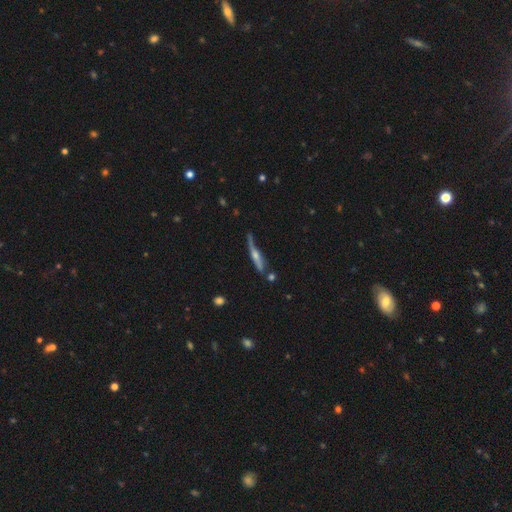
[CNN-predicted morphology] A featured or disk galaxy (70%) viewed edge-on (92%) with a rounded central bulge (85%).

Vote fractions:
- Smooth or featured? featured or disk: 70% / smooth: 22% / star or artifact: 8%
- Edge-on disk? yes: 92% / no: 8%
- Edge-on bulge? rounded: 85% / none: 8% / boxy: 7%
- Merging? none: 66% / minor disturbance: 21% / major disturbance: 7% / merger: 6%